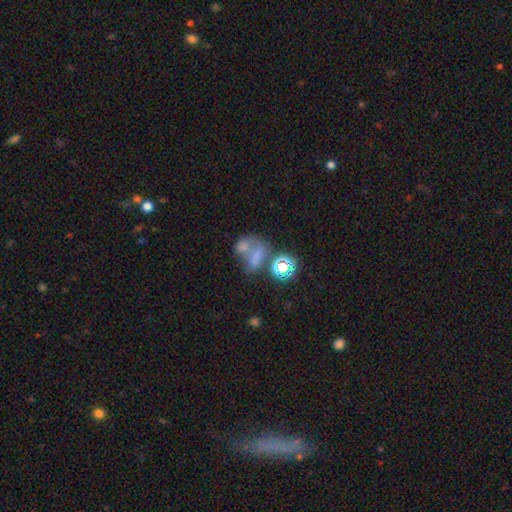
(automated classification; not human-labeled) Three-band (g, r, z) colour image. It shows a smooth galaxy with no disk features (54%) that is in between round and cigar-shaped (54%). Merging: merger (51%).